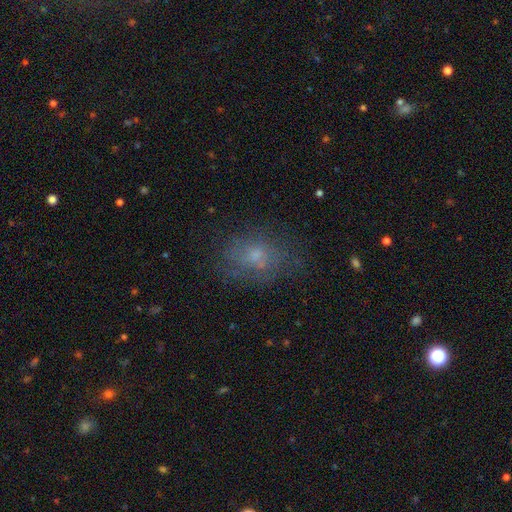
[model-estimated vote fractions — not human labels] Morphology: type=smooth (56%); roundness=in between (62%); merging=none (63%).